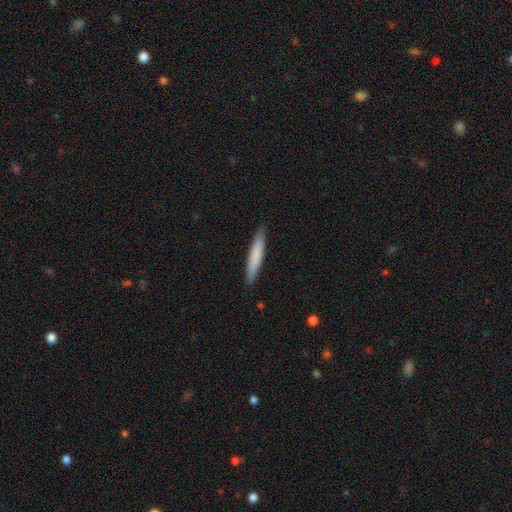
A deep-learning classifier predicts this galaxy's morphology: type=smooth (76%); roundness=cigar-shaped (93%); merging=none (90%).